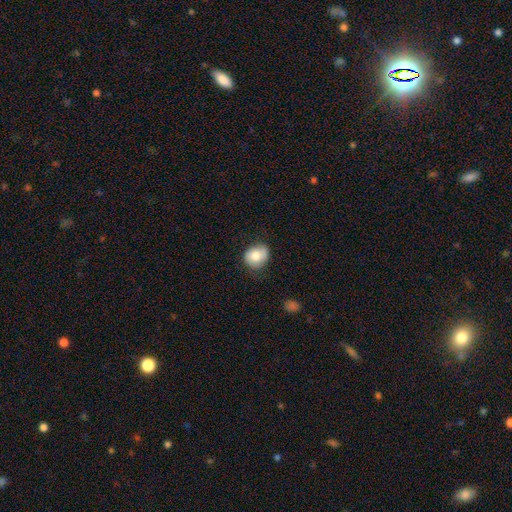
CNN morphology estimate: Smooth or featured? smooth (74%)
How rounded? round (65%)
Merging? none (66%)